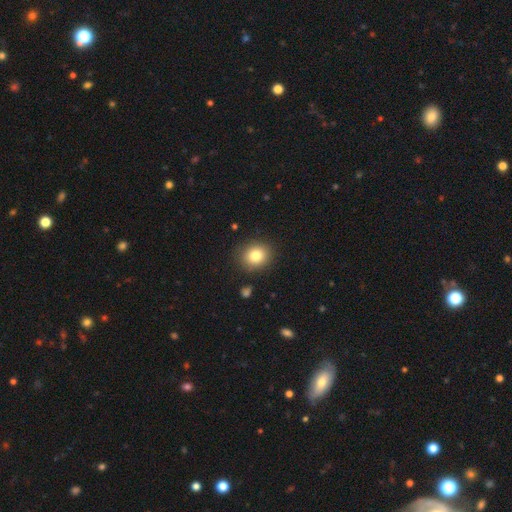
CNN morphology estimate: smooth-or-featured: smooth: 81% | star or artifact: 10% | featured or disk: 8%
  how-rounded: round: 72% | in between: 27% | cigar-shaped: 1%
  merging: none: 88% | minor disturbance: 8% | major disturbance: 2% | merger: 2%